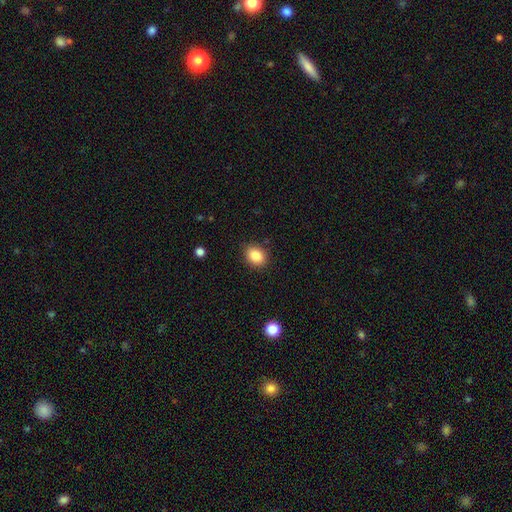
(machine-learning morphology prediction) A smooth galaxy with no disk features (86%) that is in between round and cigar-shaped (57%).

Vote fractions:
- Smooth or featured? smooth: 86% / star or artifact: 9% / featured or disk: 5%
- How rounded? in between: 57% / round: 42% / cigar-shaped: 1%
- Merging? none: 87% / minor disturbance: 9% / major disturbance: 2% / merger: 1%